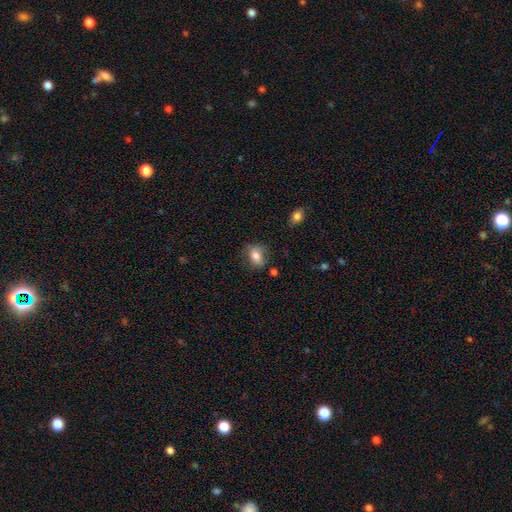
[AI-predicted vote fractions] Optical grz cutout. It shows a smooth galaxy with no disk features (76%) that is in between round and cigar-shaped (68%). Merging: none (69%).